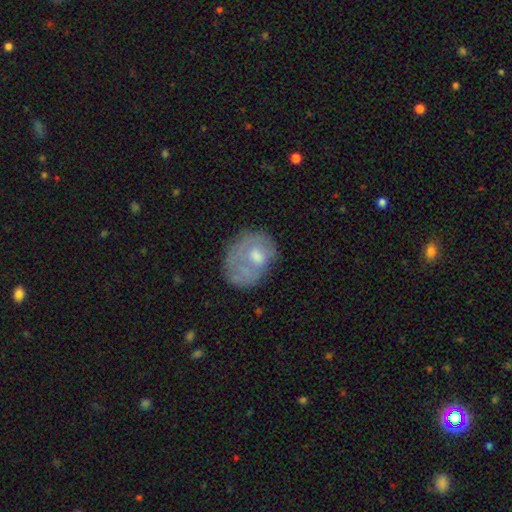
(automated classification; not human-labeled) A smooth galaxy with no disk features (50%). Merging: none (43%).